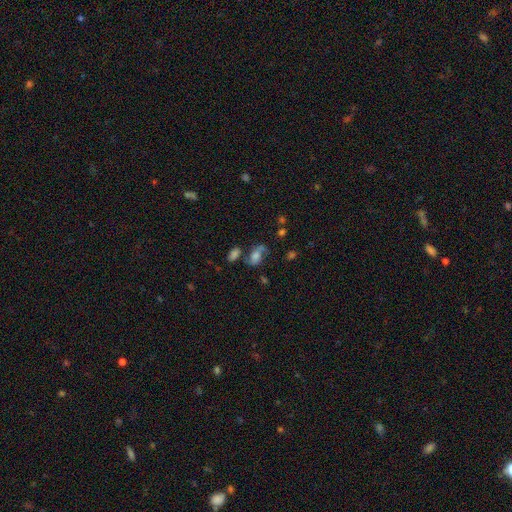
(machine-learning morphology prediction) A smooth galaxy with no disk features (44%).

Vote fractions:
- Smooth or featured? smooth: 44% / featured or disk: 41% / star or artifact: 15%
- Merging? none: 46% / minor disturbance: 21% / merger: 18% / major disturbance: 15%